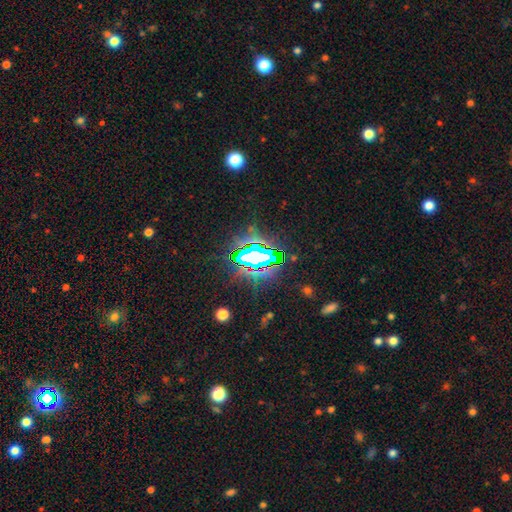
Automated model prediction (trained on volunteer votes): Smooth or featured? Predicted: star or artifact (p=0.76).